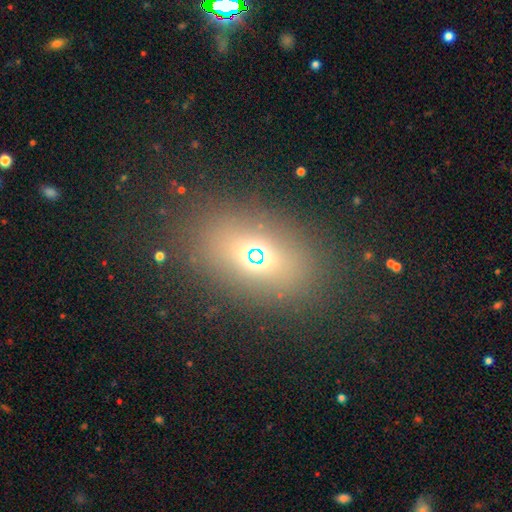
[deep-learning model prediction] Smooth or featured?
  - smooth: 50% *
  - star or artifact: 35%
  - featured or disk: 15%
Merging?
  - none: 81% *
  - minor disturbance: 10%
  - major disturbance: 6%
  - merger: 3%